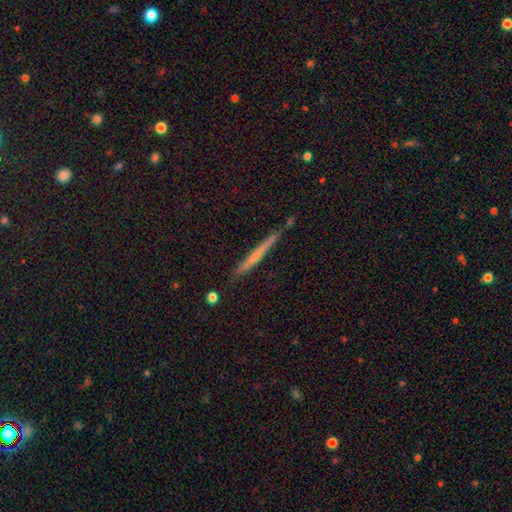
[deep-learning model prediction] Morphology: type=featured or disk (55%); edge-on=yes (96%); edge-on bulge=none (48%, tied with rounded); merging=none (78%).